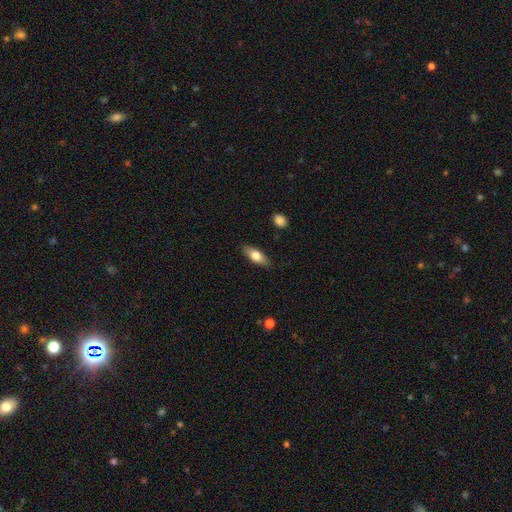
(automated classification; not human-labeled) Smooth or featured? smooth (70%)
How rounded? in between (73%)
Merging? none (87%)